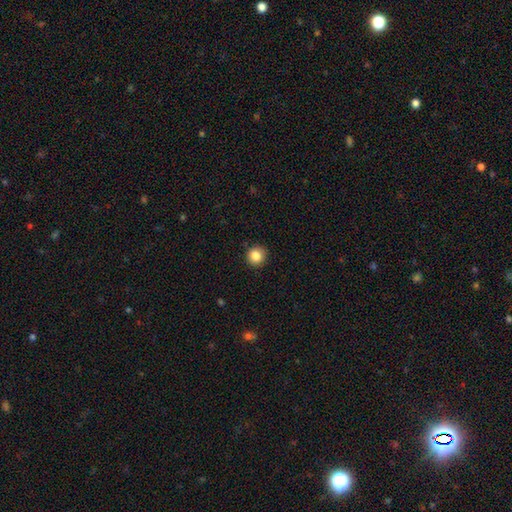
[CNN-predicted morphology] smooth-or-featured: smooth: 85% | star or artifact: 10% | featured or disk: 5%
  how-rounded: round: 93% | in between: 6% | cigar-shaped: 1%
  merging: none: 91% | minor disturbance: 6% | major disturbance: 2% | merger: 1%